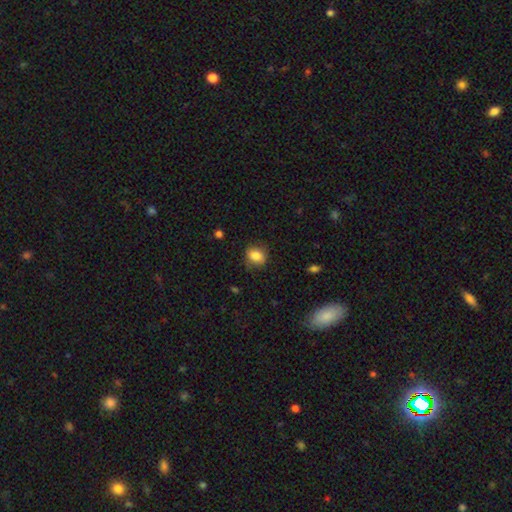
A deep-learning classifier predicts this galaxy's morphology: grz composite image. It shows a smooth galaxy with no disk features (84%) that is round (51%). Merging: none (80%).